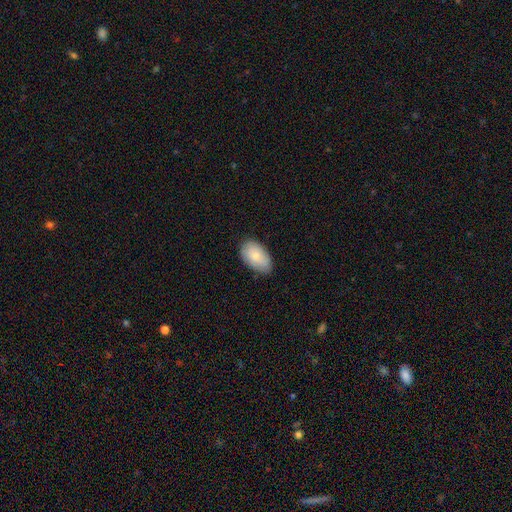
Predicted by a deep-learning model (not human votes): smooth 79%, featured or disk 15%, star or artifact 6%. Down the decision tree: how rounded — in between (93%); merging — none (80%).